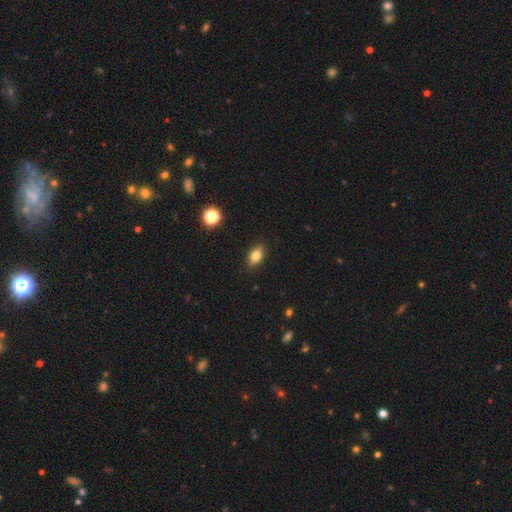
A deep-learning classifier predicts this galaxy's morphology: Smooth or featured: smooth — 78% (featured or disk — 13%)
How rounded: in between — 84% (round — 11%)
Merging: none — 88% (minor disturbance — 9%)